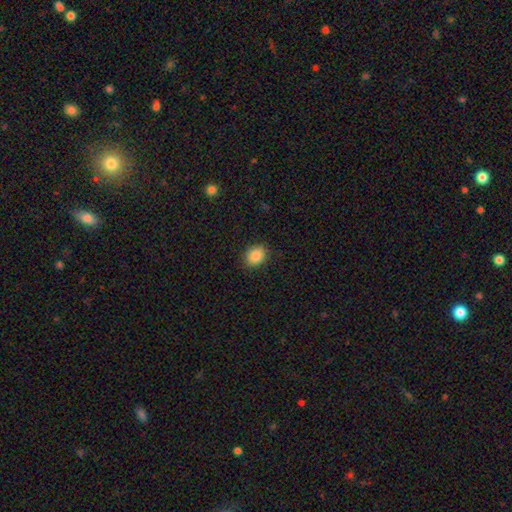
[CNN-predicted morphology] Smooth or featured?
  - smooth: 87% *
  - star or artifact: 9%
  - featured or disk: 4%
How rounded?
  - round: 53% *
  - in between: 46%
  - cigar-shaped: 1%
Merging?
  - none: 88% *
  - minor disturbance: 9%
  - major disturbance: 2%
  - merger: 1%